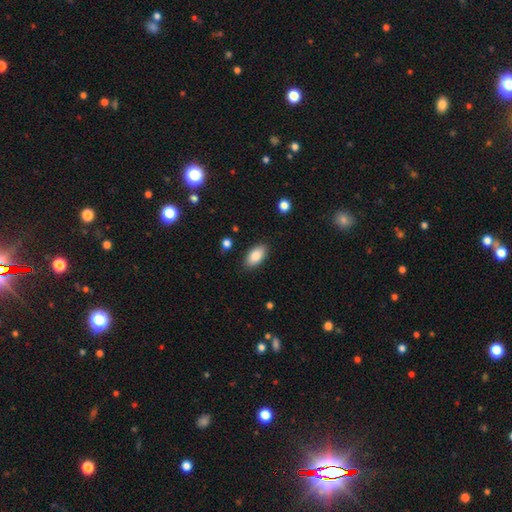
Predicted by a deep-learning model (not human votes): Overall: smooth (87%). How rounded: in between (93%). Merging: none (87%).